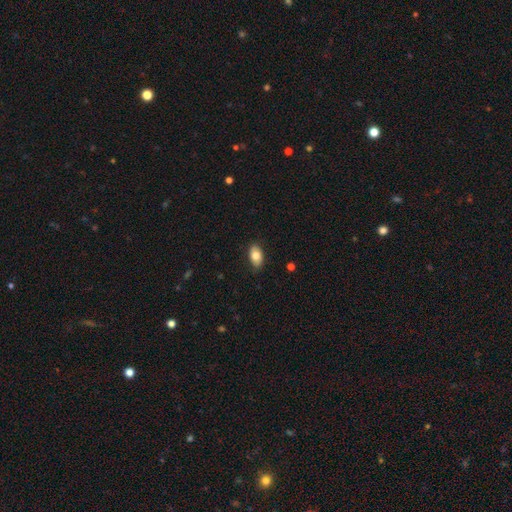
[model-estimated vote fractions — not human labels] smooth-or-featured: smooth: 81% | featured or disk: 12% | star or artifact: 7%
  how-rounded: in between: 91% | round: 7% | cigar-shaped: 2%
  merging: none: 86% | minor disturbance: 11% | major disturbance: 2% | merger: 1%